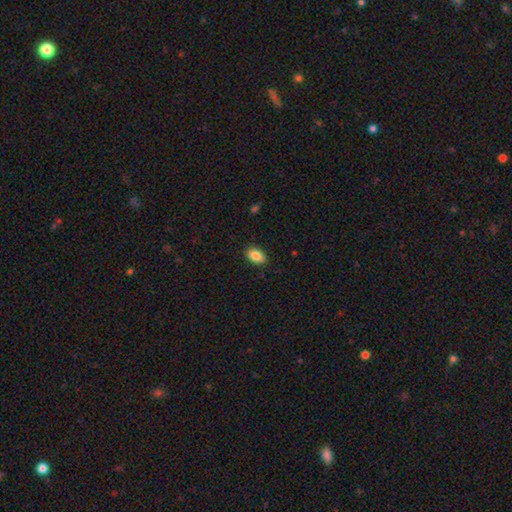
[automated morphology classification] smooth-or-featured: smooth: 86% | star or artifact: 7% | featured or disk: 6%
  how-rounded: in between: 91% | round: 8% | cigar-shaped: 2%
  merging: none: 89% | minor disturbance: 8% | major disturbance: 2% | merger: 1%